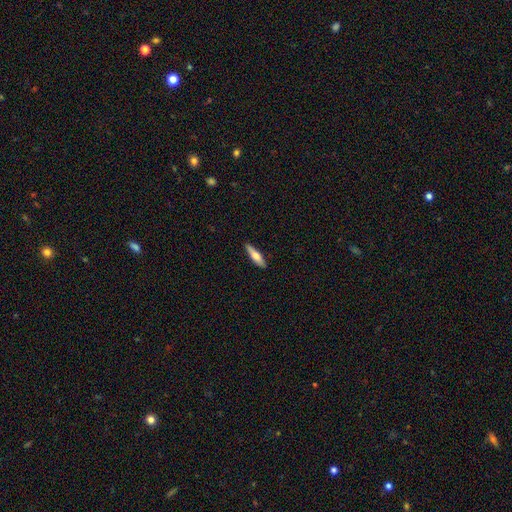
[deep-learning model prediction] This appears to be a smooth galaxy with no disk features (66%) that is cigar-shaped (74%). Merging: none (86%).